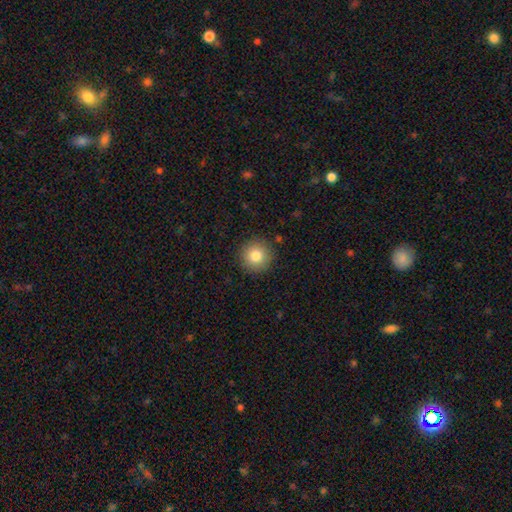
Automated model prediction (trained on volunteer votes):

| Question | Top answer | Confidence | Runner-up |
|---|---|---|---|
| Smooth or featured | smooth | 82% | star or artifact (10%) |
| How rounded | round | 96% | in between (3%) |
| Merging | none | 91% | minor disturbance (6%) |